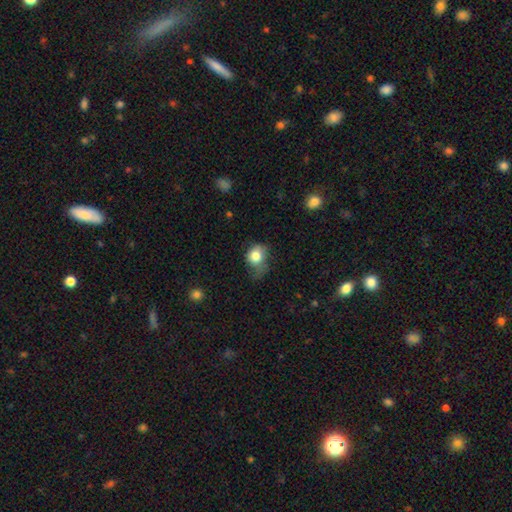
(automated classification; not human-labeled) This appears to be a smooth galaxy with no disk features (79%) that is round (56%). Merging: minor disturbance (39%).